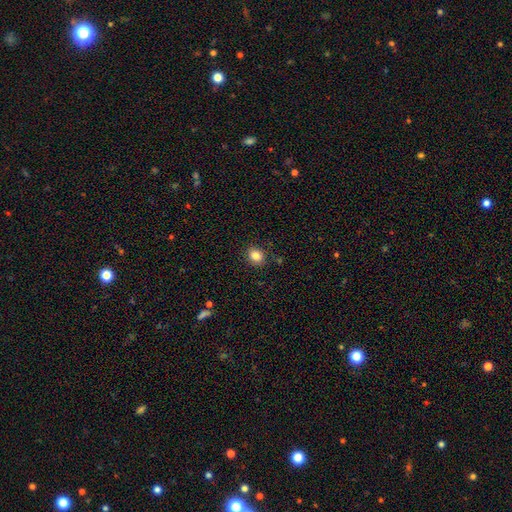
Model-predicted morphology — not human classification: Smooth or featured: smooth — 84% (star or artifact — 11%)
How rounded: round — 61% (in between — 38%)
Merging: none — 88% (minor disturbance — 8%)